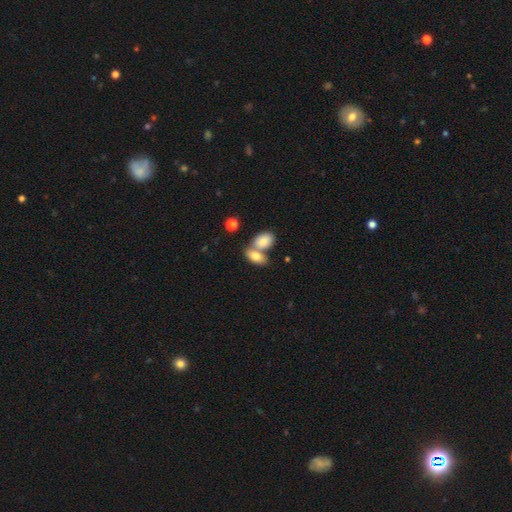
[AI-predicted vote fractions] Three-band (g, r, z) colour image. It shows a smooth galaxy with no disk features (78%) that is in between round and cigar-shaped (88%). Merging: merger (53%).